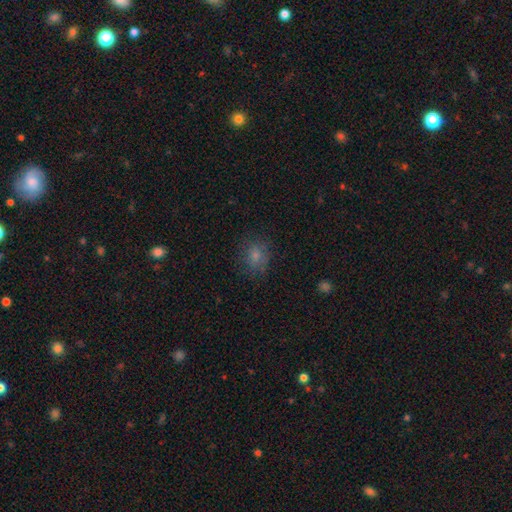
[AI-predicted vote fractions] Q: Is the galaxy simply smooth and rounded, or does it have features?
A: smooth — 78%.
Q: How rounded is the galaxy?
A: round — 67%.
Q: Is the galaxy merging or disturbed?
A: none — 77%.